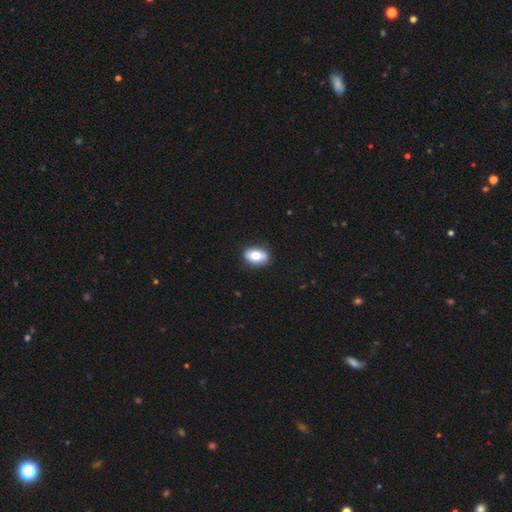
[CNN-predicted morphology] Q: Smooth or featured?
A: smooth (76%); runner-up: featured or disk (17%)
Q: How rounded?
A: in between (87%); runner-up: round (11%)
Q: Merging?
A: none (87%); runner-up: minor disturbance (10%)